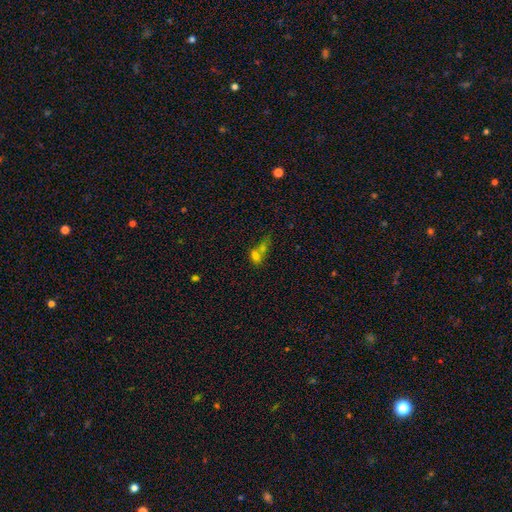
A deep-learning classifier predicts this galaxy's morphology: Q: Smooth or featured?
A: smooth (68%); runner-up: featured or disk (16%)
Q: How rounded?
A: in between (61%); runner-up: round (35%)
Q: Merging?
A: merger (64%); runner-up: none (21%)